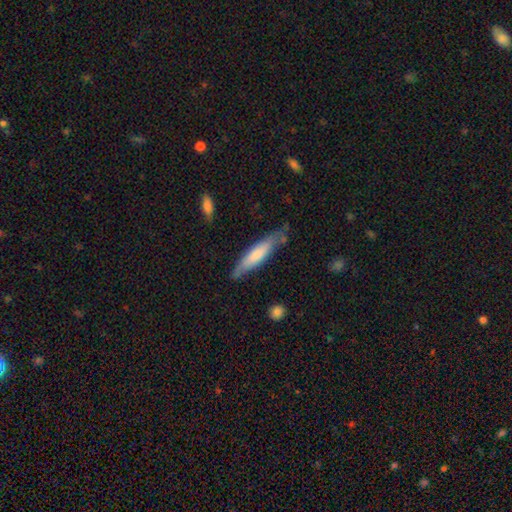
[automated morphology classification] Q: Smooth or featured?
A: smooth (65%); runner-up: featured or disk (30%)
Q: How rounded?
A: cigar-shaped (80%); runner-up: in between (19%)
Q: Merging?
A: none (72%); runner-up: minor disturbance (21%)